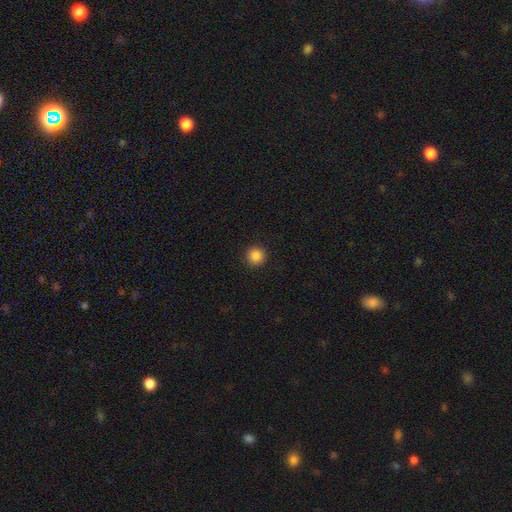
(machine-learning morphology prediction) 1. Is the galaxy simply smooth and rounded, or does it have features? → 86% smooth, 11% star or artifact, 3% featured or disk.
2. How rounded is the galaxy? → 95% round, 4% in between, 1% cigar-shaped.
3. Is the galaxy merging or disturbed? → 92% none, 5% minor disturbance, 2% major disturbance, 1% merger.